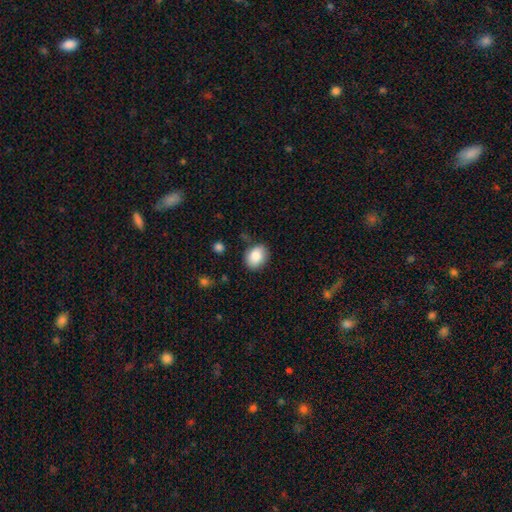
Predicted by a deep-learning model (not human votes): Overall: smooth (85%). How rounded: in between (60%; round 39%). Merging: none (79%).